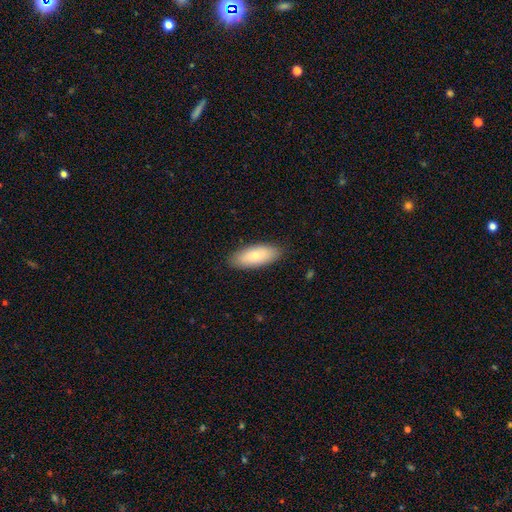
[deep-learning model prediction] A smooth galaxy with no disk features (77%) that is in between round and cigar-shaped (82%).

Vote fractions:
- Smooth or featured? smooth: 77% / featured or disk: 18% / star or artifact: 6%
- How rounded? in between: 82% / cigar-shaped: 16% / round: 2%
- Merging? none: 88% / minor disturbance: 9% / major disturbance: 2% / merger: 1%